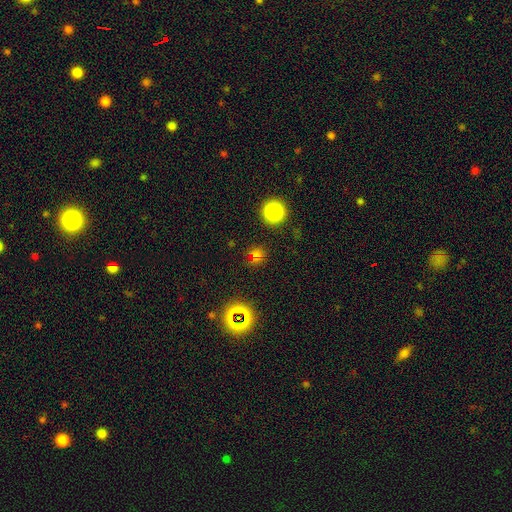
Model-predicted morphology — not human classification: smooth 54%, star or artifact 38%, featured or disk 8%. Down the decision tree: how rounded — round (85%); merging — none (73%).